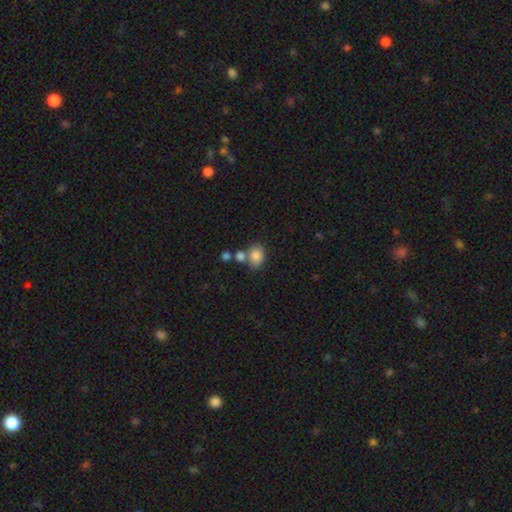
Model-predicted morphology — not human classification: smooth_or_featured: smooth (p=0.83) [alt: star or artifact p=0.09]
how_rounded: in between (p=0.68) [alt: round p=0.31]
merging: none (p=0.55) [alt: merger p=0.28]